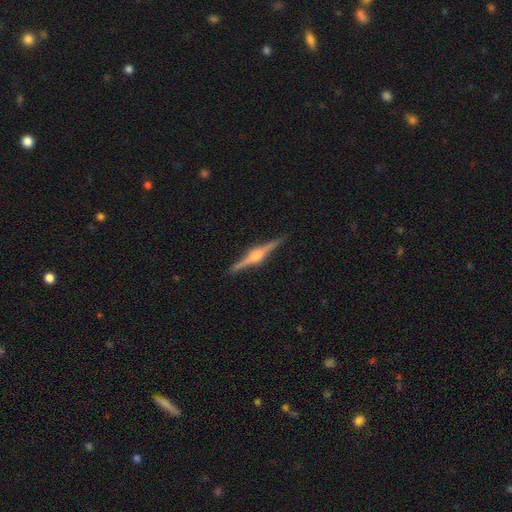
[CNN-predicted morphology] Smooth or featured? Predicted: featured or disk (p=0.86). Edge-on disk? Predicted: yes (p=0.98). Edge-on bulge? Predicted: rounded (p=0.91). Merging? Predicted: none (p=0.91).